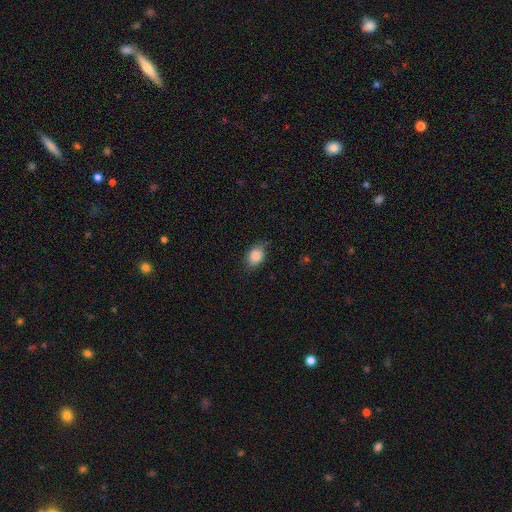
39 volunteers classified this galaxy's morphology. Smooth or featured?
  - smooth: 82% *
  - featured or disk: 10%
  - star or artifact: 8%
How rounded?
  - in between: 72% *
  - round: 25%
  - cigar-shaped: 3%
Merging?
  - none: 69% *
  - minor disturbance: 22%
  - major disturbance: 8%
  - merger: 0%